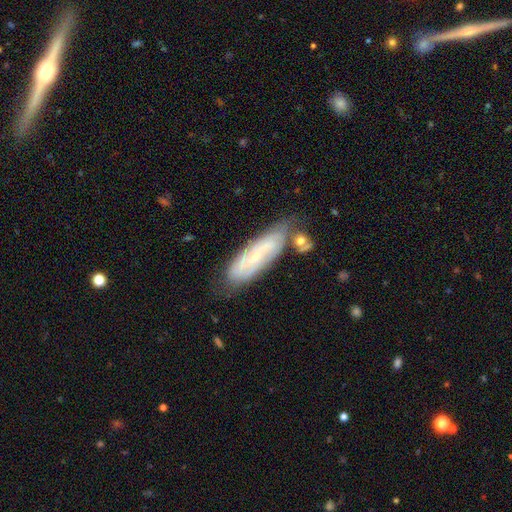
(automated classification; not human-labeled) This is likely a featured or disk galaxy (62%). It is likely not viewed edge-on (78%). Merging: likely none (68%).